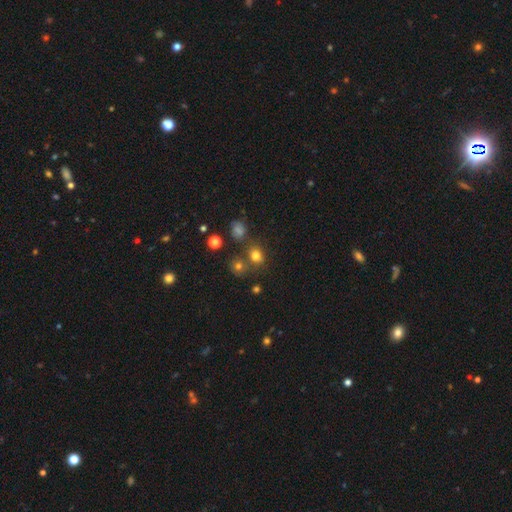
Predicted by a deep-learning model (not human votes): This appears to be a smooth galaxy with no disk features (75%) that is round (63%). Merging: none (64%).